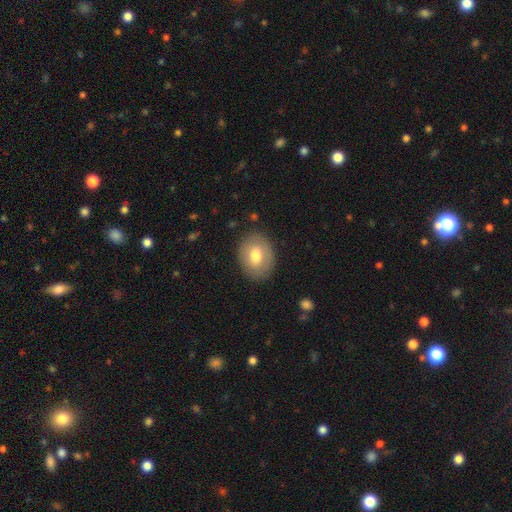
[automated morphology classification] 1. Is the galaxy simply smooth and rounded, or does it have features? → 67% smooth, 26% featured or disk, 7% star or artifact.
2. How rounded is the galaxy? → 68% in between, 31% round, 1% cigar-shaped.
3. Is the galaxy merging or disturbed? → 84% none, 11% minor disturbance, 4% major disturbance, 1% merger.